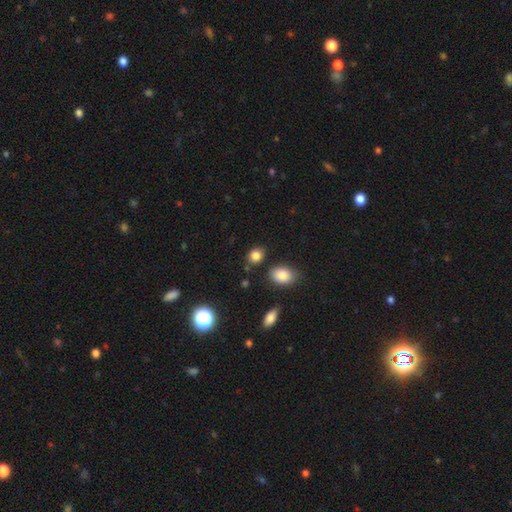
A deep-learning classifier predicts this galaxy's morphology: A smooth galaxy with no disk features (84%) that is round (54%).

Vote fractions:
- Smooth or featured? smooth: 84% / star or artifact: 11% / featured or disk: 5%
- How rounded? round: 54% / in between: 44% / cigar-shaped: 1%
- Merging? none: 78% / minor disturbance: 13% / merger: 6% / major disturbance: 3%